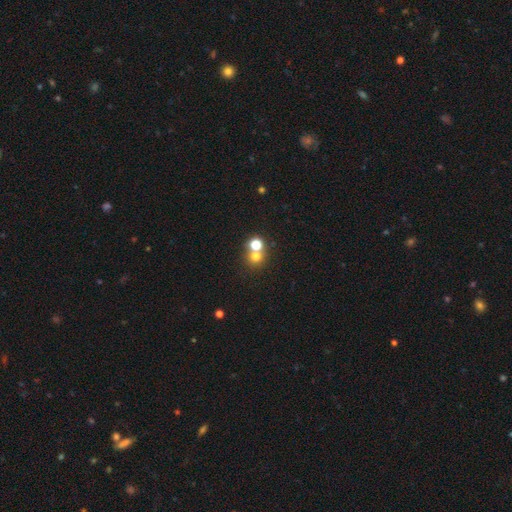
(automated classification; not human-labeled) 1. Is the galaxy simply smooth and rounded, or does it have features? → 70% smooth, 19% star or artifact, 11% featured or disk.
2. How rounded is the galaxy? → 86% round, 13% in between, 1% cigar-shaped.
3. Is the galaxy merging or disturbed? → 49% none, 42% merger, 6% minor disturbance, 3% major disturbance.